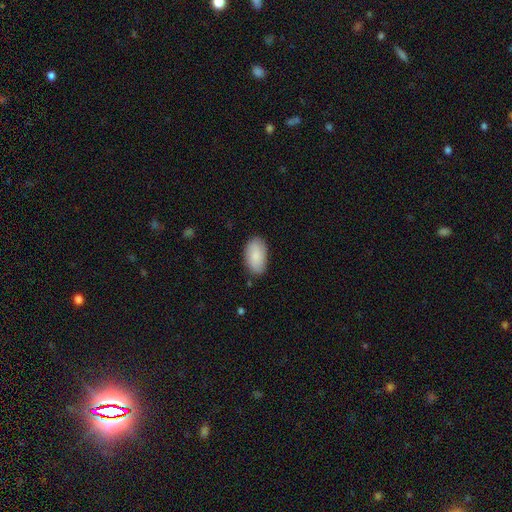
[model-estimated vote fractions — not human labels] A smooth galaxy with no disk features (83%) that is in between round and cigar-shaped (94%).

Vote fractions:
- Smooth or featured? smooth: 83% / featured or disk: 11% / star or artifact: 6%
- How rounded? in between: 94% / round: 4% / cigar-shaped: 2%
- Merging? none: 82% / minor disturbance: 14% / major disturbance: 3% / merger: 1%